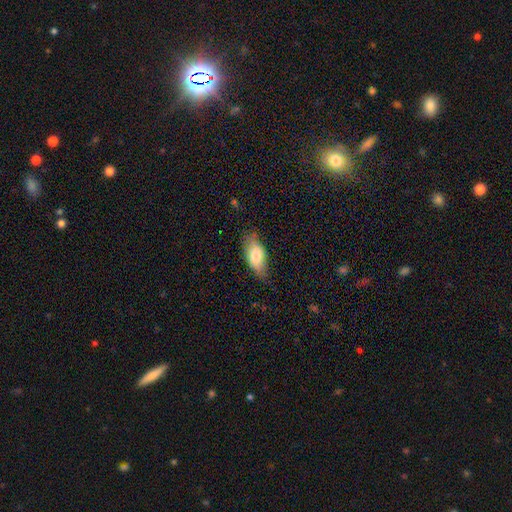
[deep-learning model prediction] Morphology: type=smooth (77%); roundness=in between (88%); merging=none (68%).